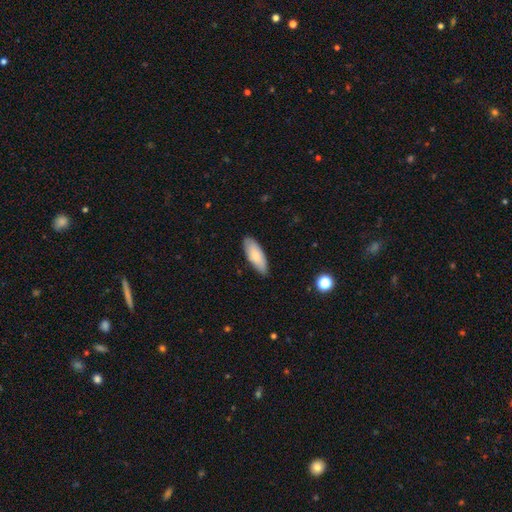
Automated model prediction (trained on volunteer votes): This appears to be a smooth galaxy with no disk features (79%) that is in between round and cigar-shaped (73%). Merging: none (85%).